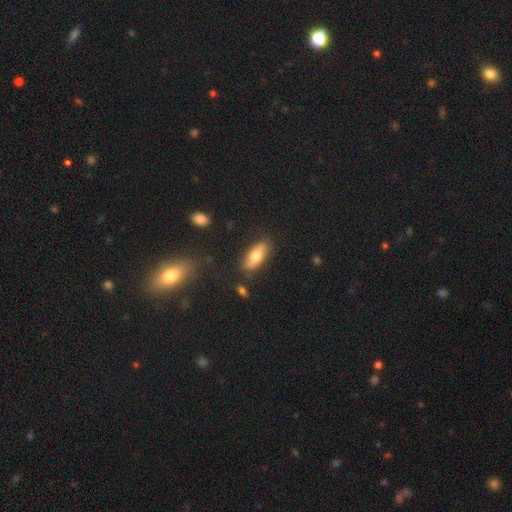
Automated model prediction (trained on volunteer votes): Morphology: type=smooth (68%); roundness=in between (72%); merging=none (83%).